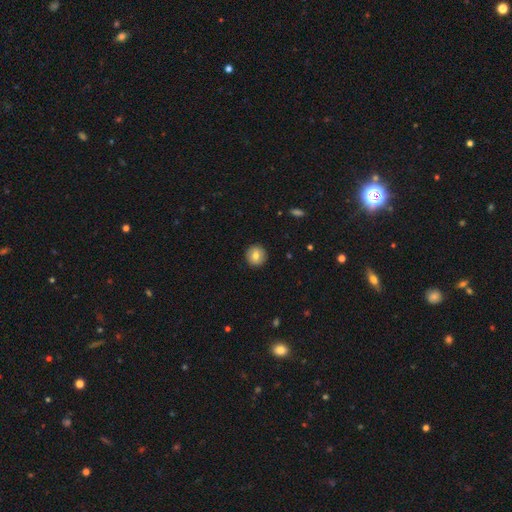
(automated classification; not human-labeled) This is likely a smooth galaxy (77%). How rounded: clearly round (95%). Merging: clearly none (92%).